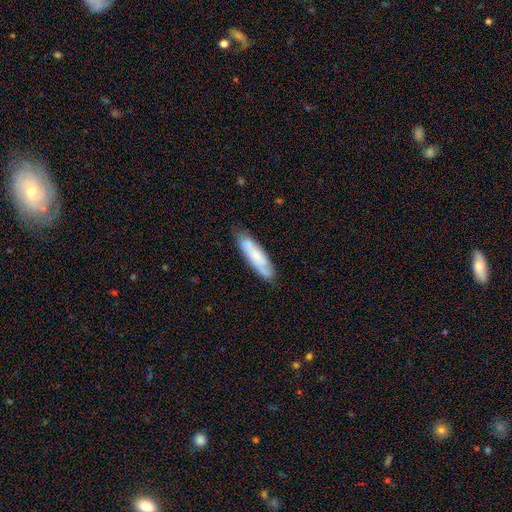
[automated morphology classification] type=smooth (58%); roundness=cigar-shaped (65%); merging=none (75%).